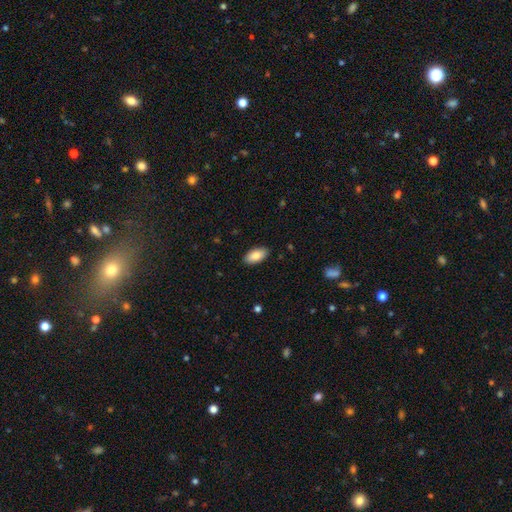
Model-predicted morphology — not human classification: Smooth or featured? Predicted: smooth (p=0.86). How rounded? Predicted: in between (p=0.93). Merging? Predicted: none (p=0.89).